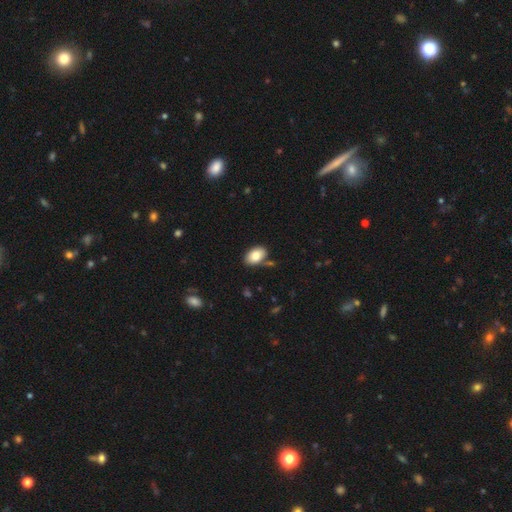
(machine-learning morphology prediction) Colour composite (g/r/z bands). It shows a smooth galaxy with no disk features (82%) that is in between round and cigar-shaped (90%). Merging: none (76%).